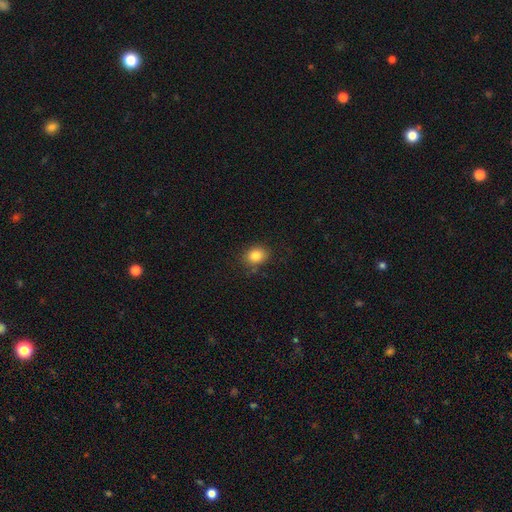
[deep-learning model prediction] A smooth galaxy with no disk features (84%) that is round (53%).

Vote fractions:
- Smooth or featured? smooth: 84% / star or artifact: 10% / featured or disk: 6%
- How rounded? round: 53% / in between: 46% / cigar-shaped: 1%
- Merging? none: 81% / minor disturbance: 13% / major disturbance: 3% / merger: 2%